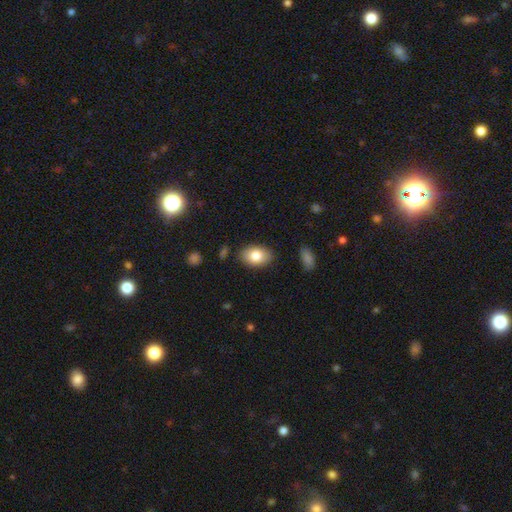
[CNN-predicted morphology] The model was most divided on "smooth or featured": smooth: 81%, featured or disk: 11%, star or artifact: 7%. More confident: merging — none (85%); how rounded — in between (85%).